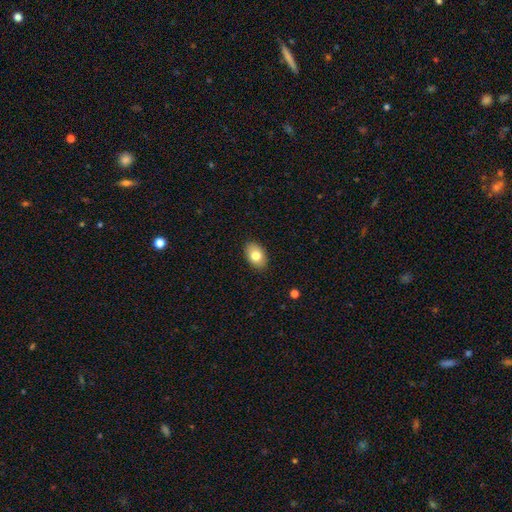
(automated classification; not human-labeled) Smooth or featured? smooth (79%)
How rounded? in between (84%)
Merging? none (88%)